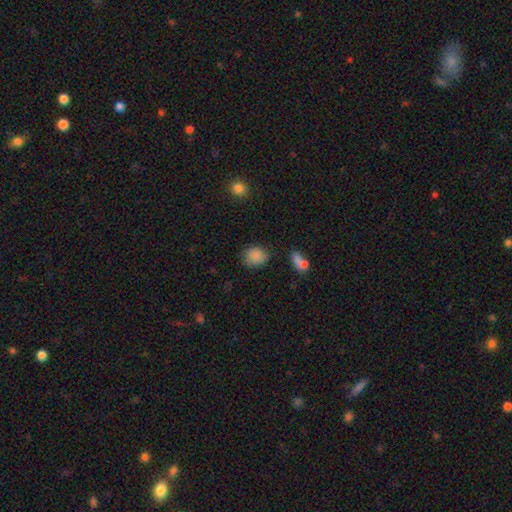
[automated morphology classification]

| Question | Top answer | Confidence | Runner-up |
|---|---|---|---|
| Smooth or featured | smooth | 83% | star or artifact (10%) |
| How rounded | round | 66% | in between (33%) |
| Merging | none | 71% | minor disturbance (20%) |